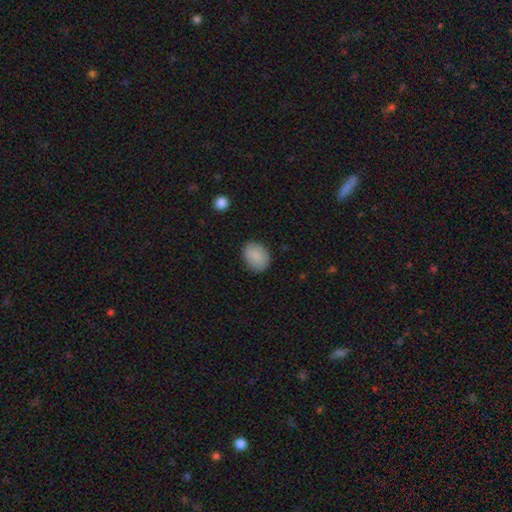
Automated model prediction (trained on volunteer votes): This is clearly a smooth galaxy (87%). How rounded: possibly in between (56%). Merging: clearly none (84%).